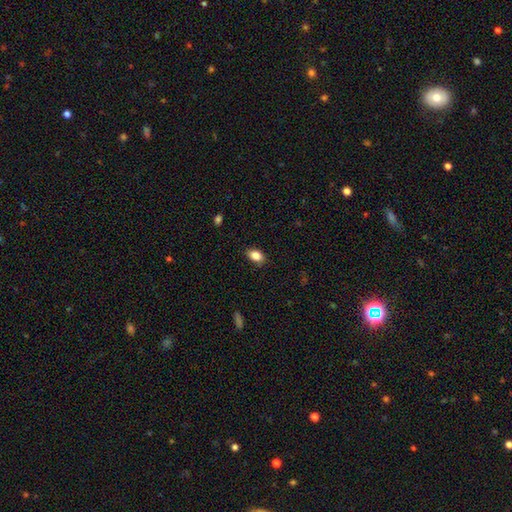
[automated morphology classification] The model was most divided on "merging": none: 85%, minor disturbance: 12%, major disturbance: 2%, merger: 1%. More confident: how rounded — in between (87%); smooth or featured — smooth (84%).